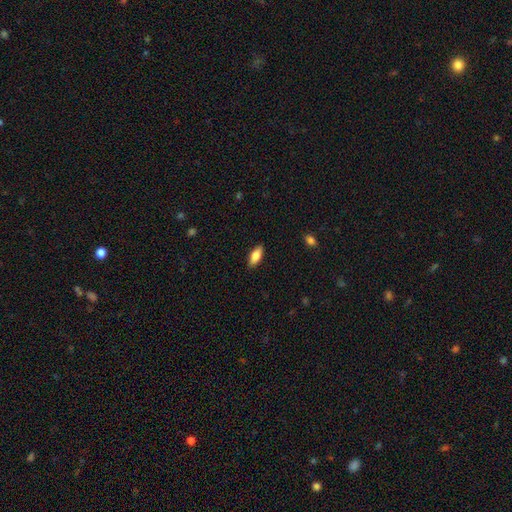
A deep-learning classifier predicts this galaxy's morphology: Smooth or featured: smooth — 78% (featured or disk — 15%)
How rounded: in between — 82% (cigar-shaped — 16%)
Merging: none — 89% (minor disturbance — 9%)